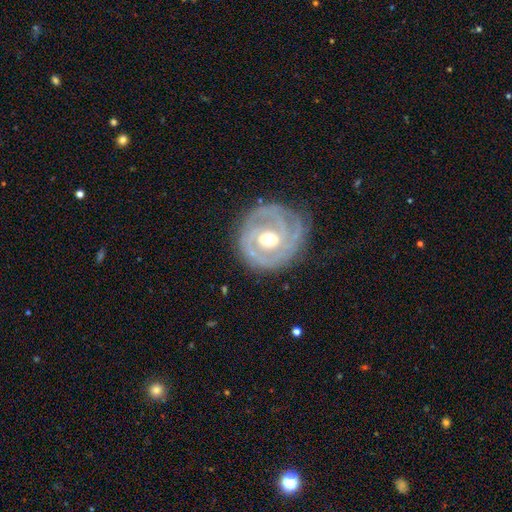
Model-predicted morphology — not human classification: smooth_or_featured: featured or disk (p=0.86) [alt: smooth p=0.09]
disk_edge_on: no (p=0.97) [alt: yes p=0.03]
bar: no (p=0.47) [alt: weak p=0.37]
has_spiral_arms: yes (p=0.94) [alt: no p=0.06]
spiral_winding: tight (p=0.76) [alt: medium p=0.20]
spiral_arm_count: 2 (p=0.29) [alt: 3 p=0.28]
bulge_size: moderate (p=0.76) [alt: small p=0.15]
merging: none (p=0.77) [alt: minor disturbance p=0.16]